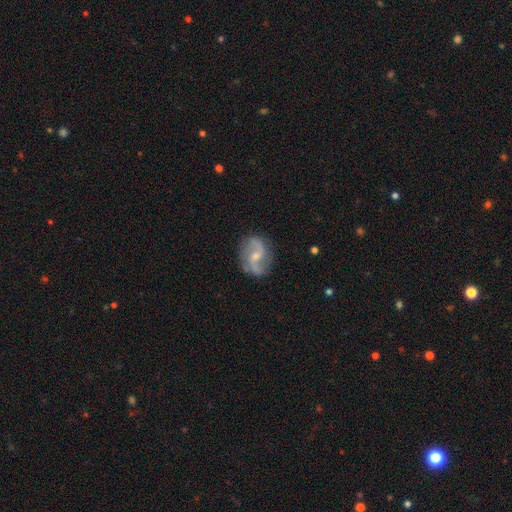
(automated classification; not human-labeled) A featured or disk galaxy (84%) with a weak bar (48%), 2 (91%) loose (53%) spiral arms (95%) and a small central bulge (47%).

Vote fractions:
- Smooth or featured? featured or disk: 84% / smooth: 10% / star or artifact: 6%
- Edge-on disk? no: 98% / yes: 2%
- Bar? weak: 48% / no: 40% / strong: 12%
- Spiral arms? yes: 95% / no: 5%
- Spiral winding? loose: 53% / medium: 37% / tight: 10%
- Spiral arm count? 2: 91% / can't tell: 4% / 1: 2% / 3: 1% / 4: 1% / more than 4: 1%
- Bulge size? small: 47% / moderate: 45% / none: 5% / large: 2% / dominant: 1%
- Merging? none: 78% / minor disturbance: 15% / major disturbance: 5% / merger: 2%